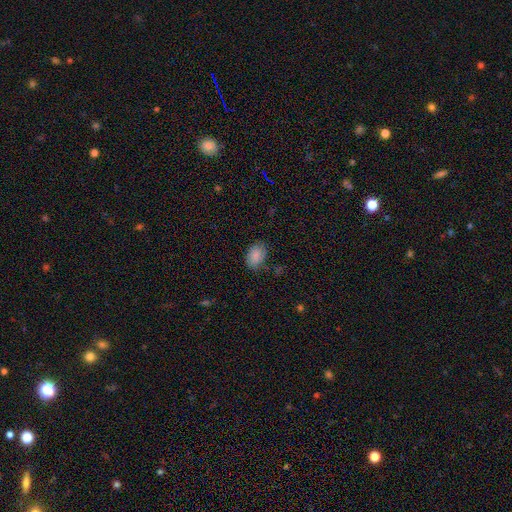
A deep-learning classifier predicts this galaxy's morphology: smooth-or-featured: smooth: 84% | featured or disk: 8% | star or artifact: 8%
  how-rounded: in between: 85% | round: 14% | cigar-shaped: 1%
  merging: none: 78% | minor disturbance: 17% | major disturbance: 4% | merger: 2%